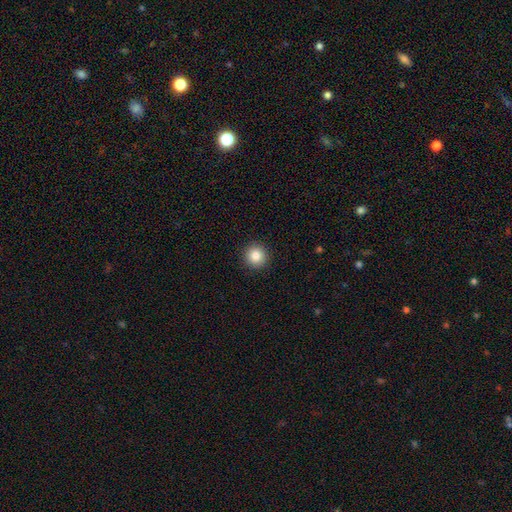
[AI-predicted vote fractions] The model was most divided on "smooth or featured": smooth: 85%, star or artifact: 10%, featured or disk: 6%. More confident: how rounded — round (95%); merging — none (92%).